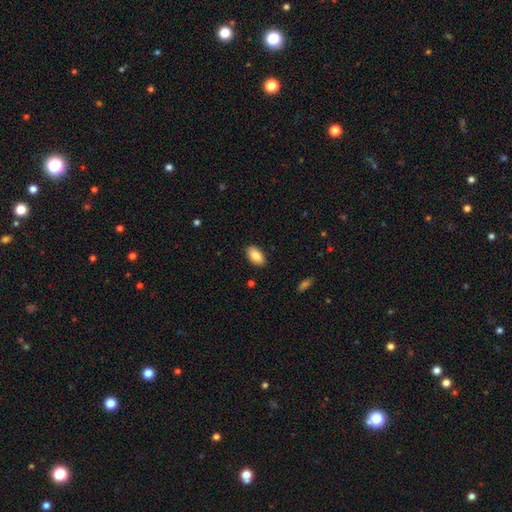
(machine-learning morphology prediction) A smooth galaxy with no disk features (86%) that is in between round and cigar-shaped (94%).

Vote fractions:
- Smooth or featured? smooth: 86% / featured or disk: 8% / star or artifact: 7%
- How rounded? in between: 94% / round: 3% / cigar-shaped: 3%
- Merging? none: 88% / minor disturbance: 9% / major disturbance: 2% / merger: 1%